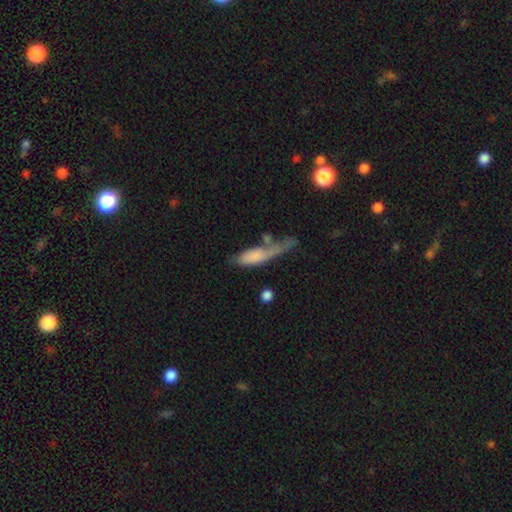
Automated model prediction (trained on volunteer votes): Smooth or featured?
  - smooth: 68% *
  - featured or disk: 24%
  - star or artifact: 8%
How rounded?
  - cigar-shaped: 62% *
  - in between: 35%
  - round: 3%
Merging?
  - none: 31% *
  - minor disturbance: 24%
  - major disturbance: 23%
  - merger: 22%